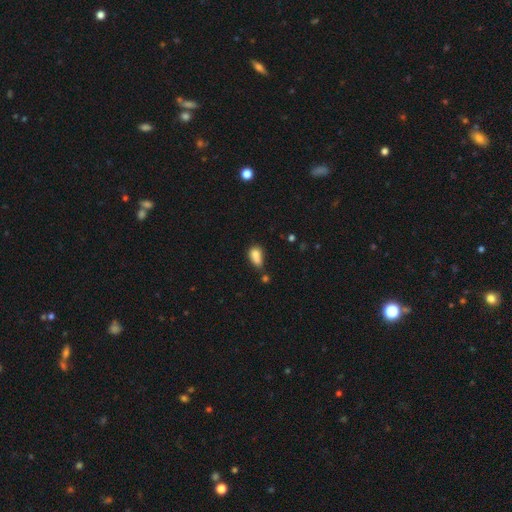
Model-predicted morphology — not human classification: Smooth or featured? smooth (78%)
How rounded? in between (81%)
Merging? none (31%)